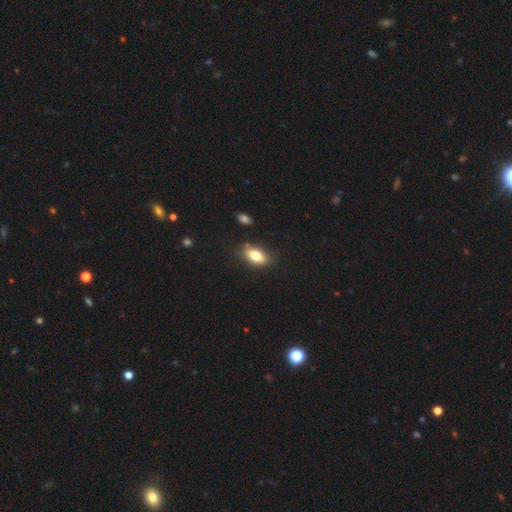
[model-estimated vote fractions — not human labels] smooth_or_featured: smooth (p=0.78) [alt: featured or disk p=0.14]
how_rounded: in between (p=0.87) [alt: cigar-shaped p=0.07]
merging: none (p=0.82) [alt: minor disturbance p=0.12]